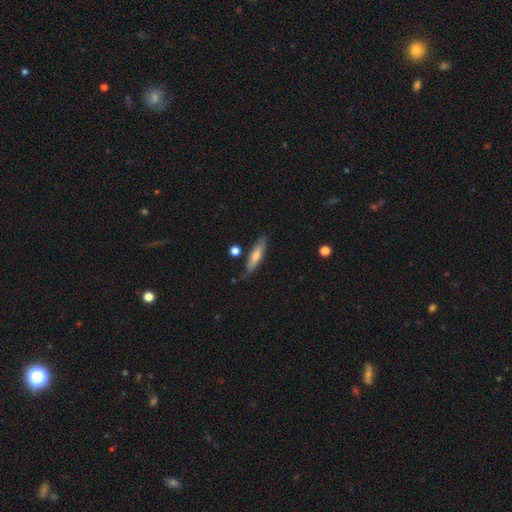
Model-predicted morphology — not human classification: This is possibly a smooth galaxy (53%). How rounded: clearly cigar-shaped (83%). Merging: likely none (75%).